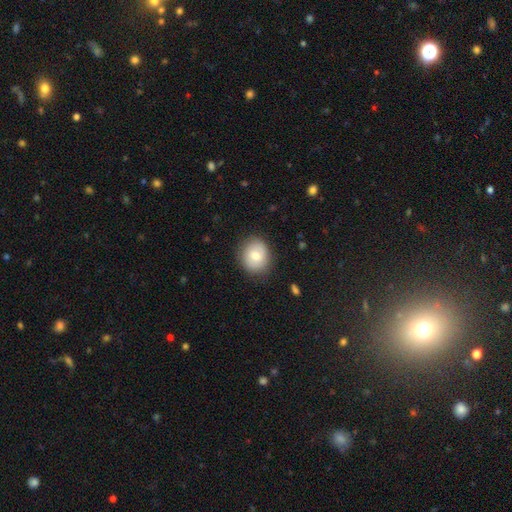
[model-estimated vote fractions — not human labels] Smooth or featured? smooth (74%)
How rounded? round (68%)
Merging? none (83%)